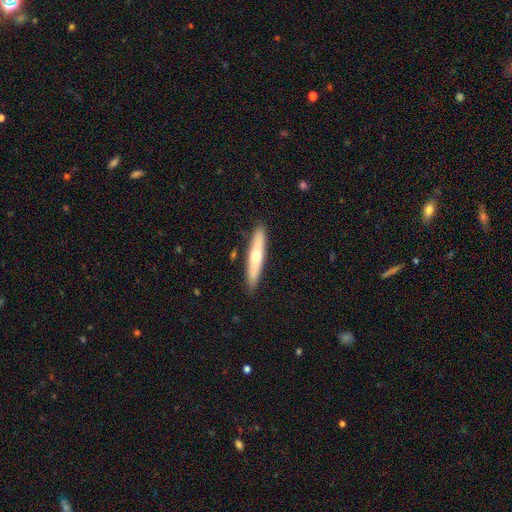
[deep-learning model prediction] This appears to be a smooth galaxy with no disk features (49%). Merging: none (88%).